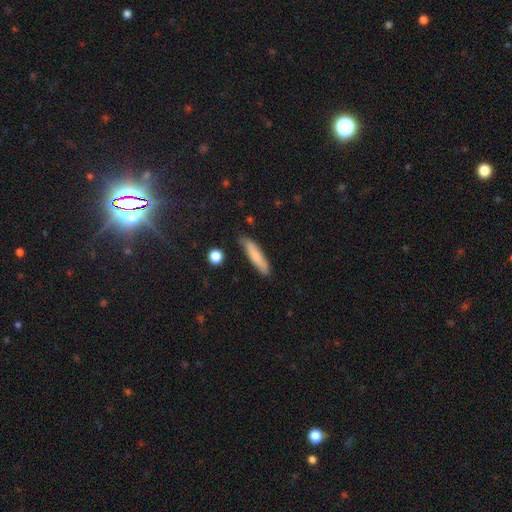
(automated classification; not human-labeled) smooth 76%, featured or disk 18%, star or artifact 7%. Down the decision tree: how rounded — cigar-shaped (84%); merging — none (80%).